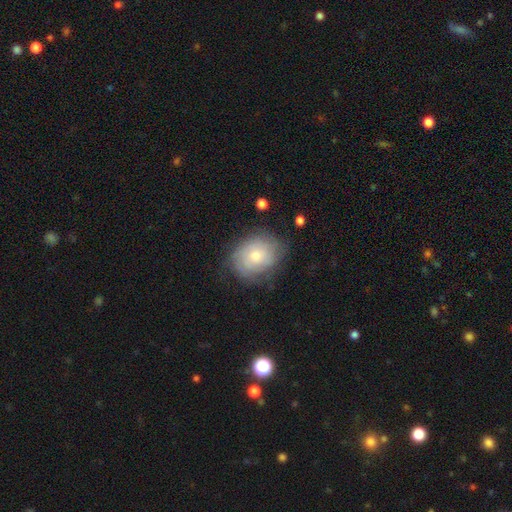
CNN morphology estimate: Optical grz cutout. It shows a smooth galaxy with no disk features (50%) that is round (52%). Merging: none (71%).